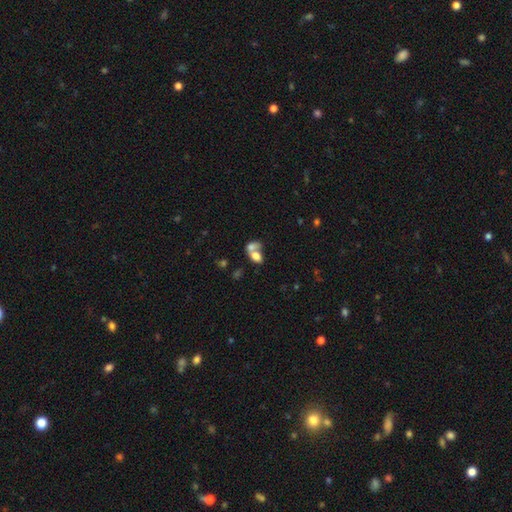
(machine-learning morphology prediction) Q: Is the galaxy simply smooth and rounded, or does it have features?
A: smooth — 69%.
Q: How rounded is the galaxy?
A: in between — 75%.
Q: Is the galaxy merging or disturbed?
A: merger — 71%.